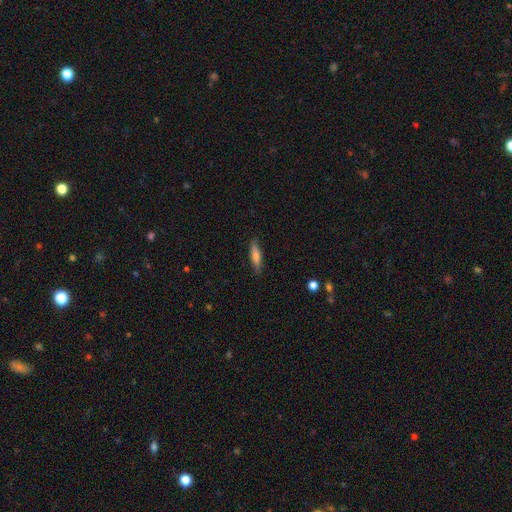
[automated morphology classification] A smooth galaxy with no disk features (70%) that is cigar-shaped (74%).

Vote fractions:
- Smooth or featured? smooth: 70% / featured or disk: 24% / star or artifact: 7%
- How rounded? cigar-shaped: 74% / in between: 24% / round: 2%
- Merging? none: 85% / minor disturbance: 12% / major disturbance: 2% / merger: 1%